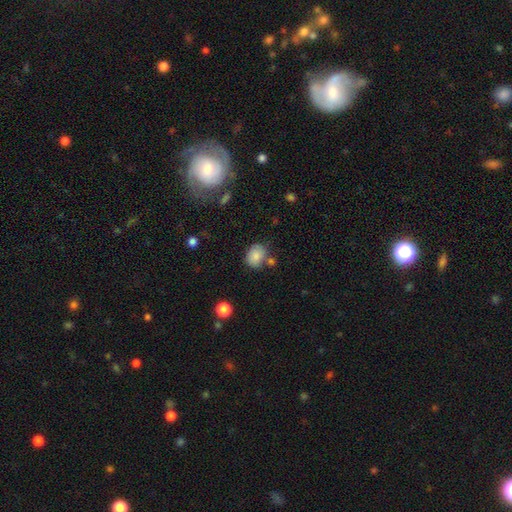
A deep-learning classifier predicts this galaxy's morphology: smooth_or_featured: smooth (p=0.84) [alt: star or artifact p=0.09]
how_rounded: in between (p=0.54) [alt: round p=0.45]
merging: none (p=0.68) [alt: minor disturbance p=0.16]